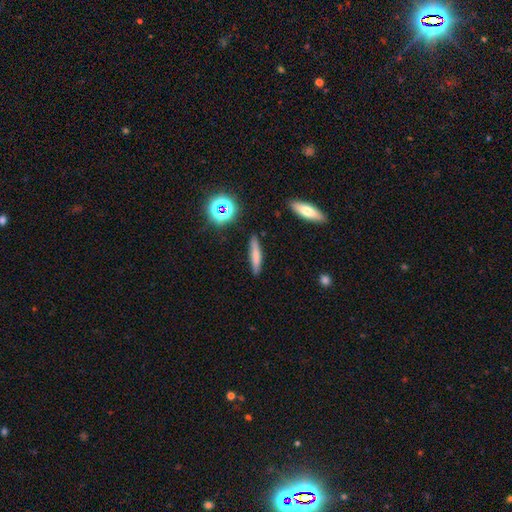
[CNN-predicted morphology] type=smooth (70%); roundness=cigar-shaped (85%); merging=none (85%).